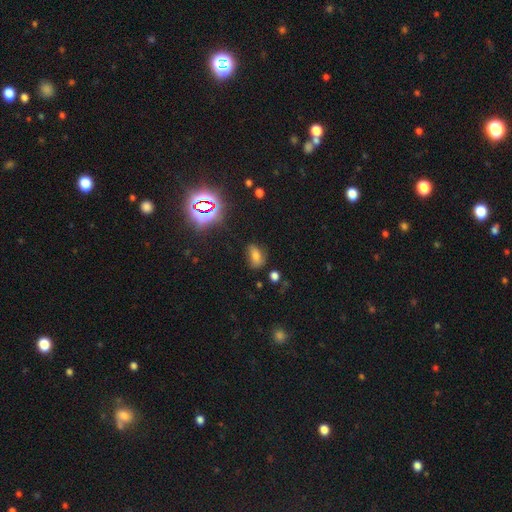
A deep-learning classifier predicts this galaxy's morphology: Overall: smooth (61%; star or artifact 25%). How rounded: in between (84%). Merging: none (66%).